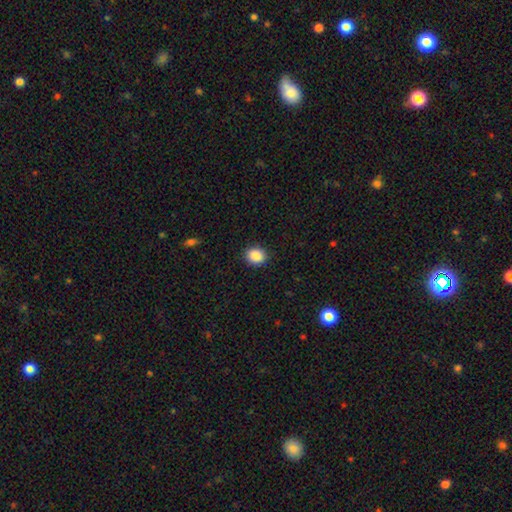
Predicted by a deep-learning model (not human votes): Smooth or featured: smooth — 88% (star or artifact — 9%)
How rounded: round — 71% (in between — 28%)
Merging: none — 90% (minor disturbance — 7%)